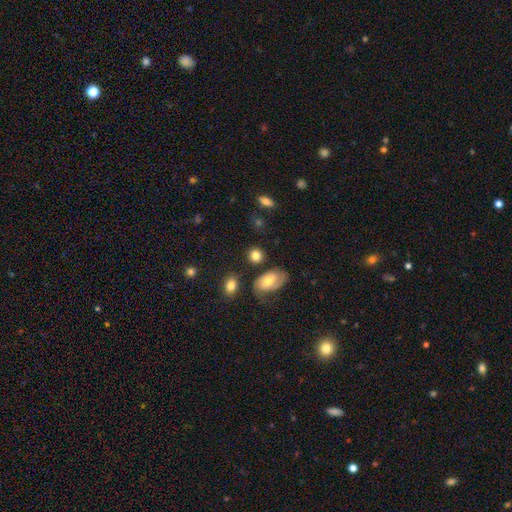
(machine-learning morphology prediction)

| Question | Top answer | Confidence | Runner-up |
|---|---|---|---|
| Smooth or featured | smooth | 78% | featured or disk (13%) |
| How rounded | round | 65% | in between (33%) |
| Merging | none | 75% | minor disturbance (13%) |